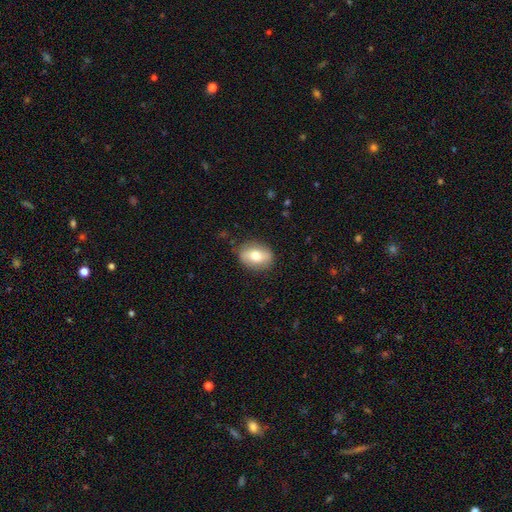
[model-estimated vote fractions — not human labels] smooth_or_featured: smooth (p=0.63) [alt: featured or disk p=0.30]
how_rounded: in between (p=0.73) [alt: round p=0.25]
merging: none (p=0.83) [alt: minor disturbance p=0.12]